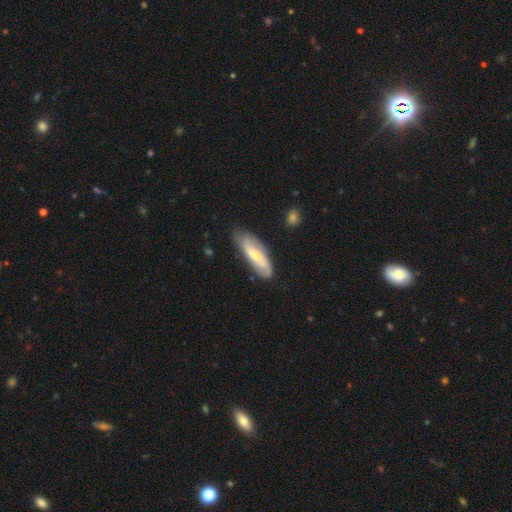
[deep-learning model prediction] The model was most divided on "smooth or featured" (2-way tie): smooth: 47%, featured or disk: 47%, star or artifact: 6%. More confident: merging — none (67%).